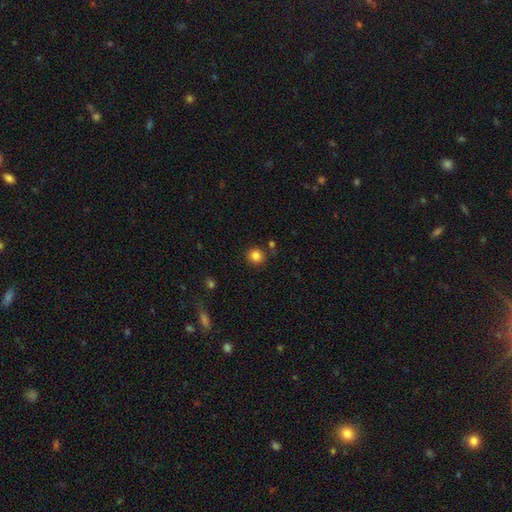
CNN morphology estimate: Q: Smooth or featured?
A: smooth (85%); runner-up: star or artifact (11%)
Q: How rounded?
A: round (90%); runner-up: in between (9%)
Q: Merging?
A: none (84%); runner-up: minor disturbance (9%)